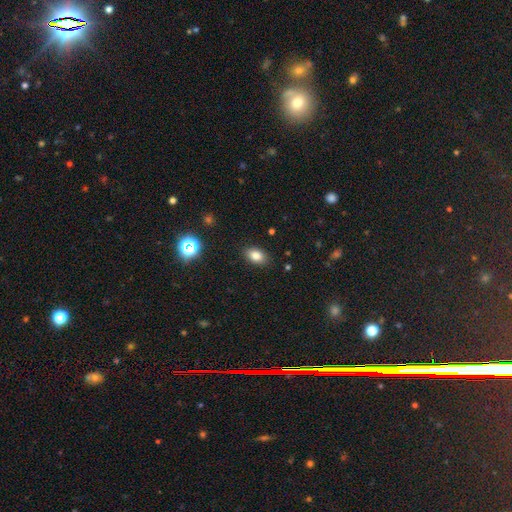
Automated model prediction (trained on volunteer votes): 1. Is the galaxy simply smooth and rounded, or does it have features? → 81% smooth, 11% star or artifact, 8% featured or disk.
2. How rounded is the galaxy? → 86% in between, 13% round, 2% cigar-shaped.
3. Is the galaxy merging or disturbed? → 88% none, 9% minor disturbance, 2% major disturbance, 1% merger.